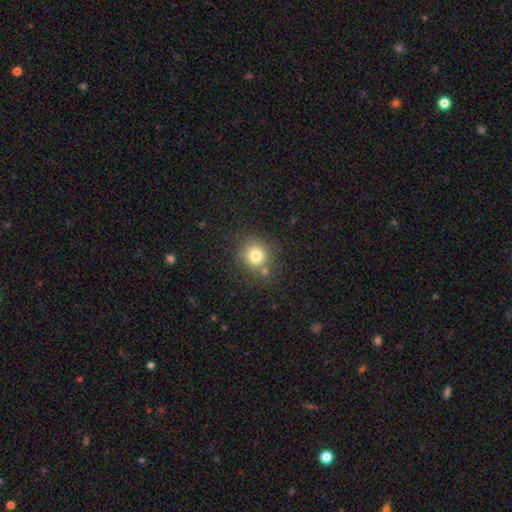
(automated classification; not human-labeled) smooth-or-featured: smooth: 78% | star or artifact: 13% | featured or disk: 9%
  how-rounded: round: 85% | in between: 14% | cigar-shaped: 1%
  merging: none: 75% | minor disturbance: 12% | merger: 9% | major disturbance: 4%